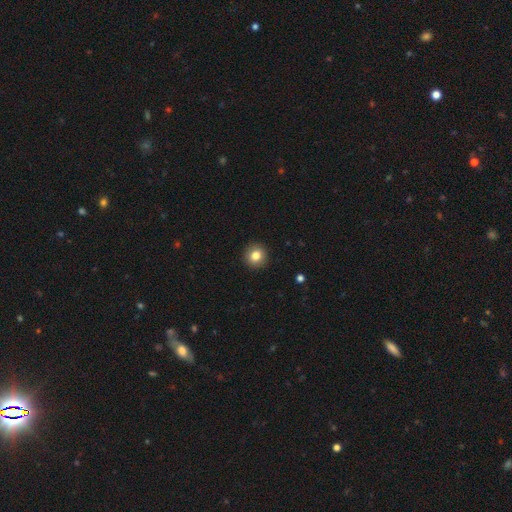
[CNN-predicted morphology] smooth 82%, star or artifact 10%, featured or disk 8%. Down the decision tree: how rounded — round (92%); merging — none (93%).